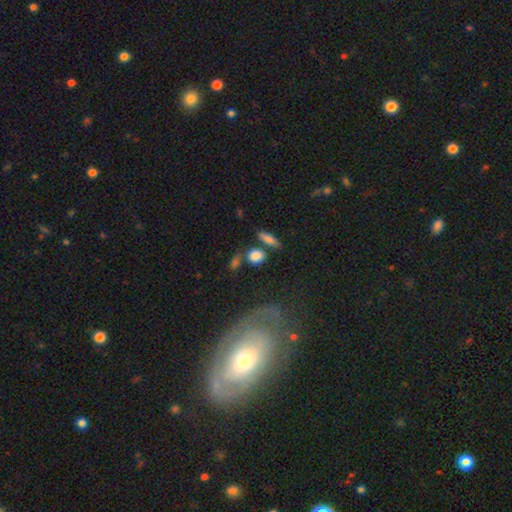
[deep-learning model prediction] The model was most divided on "how rounded": round: 55%, in between: 37%, cigar-shaped: 8%. More confident: smooth or featured — smooth (83%); merging — none (67%).